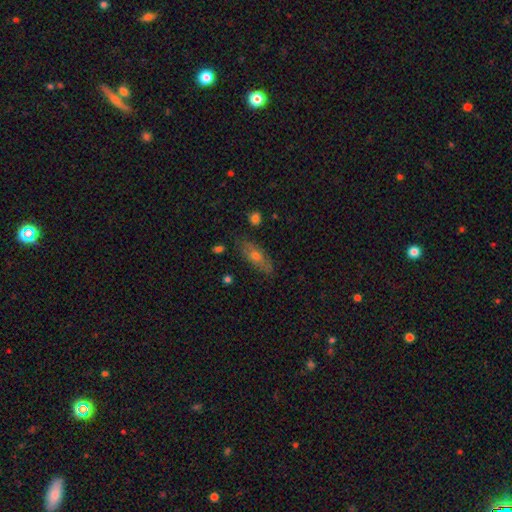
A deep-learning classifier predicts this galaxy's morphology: smooth 54%, featured or disk 37%, star or artifact 9%. Down the decision tree: how rounded — in between (61%); merging — none (80%).